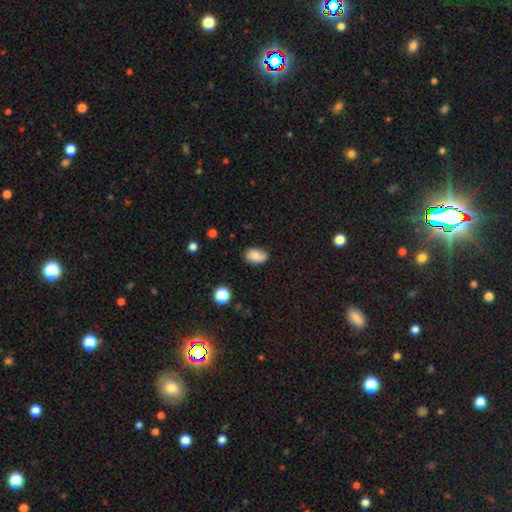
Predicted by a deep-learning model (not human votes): This is likely a smooth galaxy (79%). How rounded: clearly in between (84%). Merging: likely none (67%).